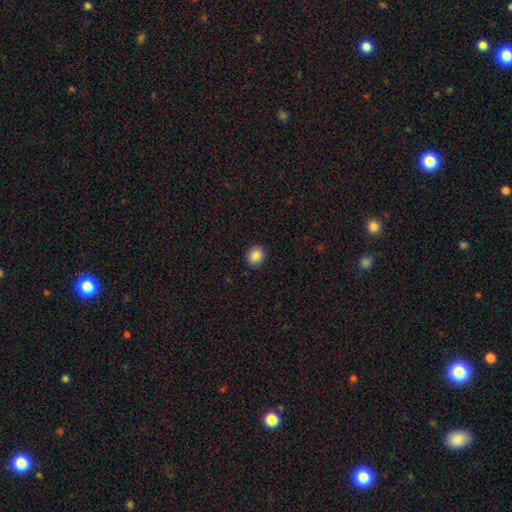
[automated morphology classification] This appears to be a smooth galaxy with no disk features (86%) that is round (83%). Merging: none (92%).